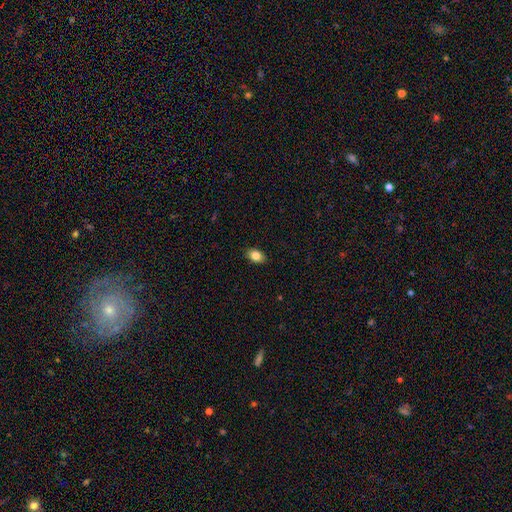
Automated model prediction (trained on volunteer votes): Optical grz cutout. It shows a smooth galaxy with no disk features (84%) that is in between round and cigar-shaped (82%). Merging: none (88%).